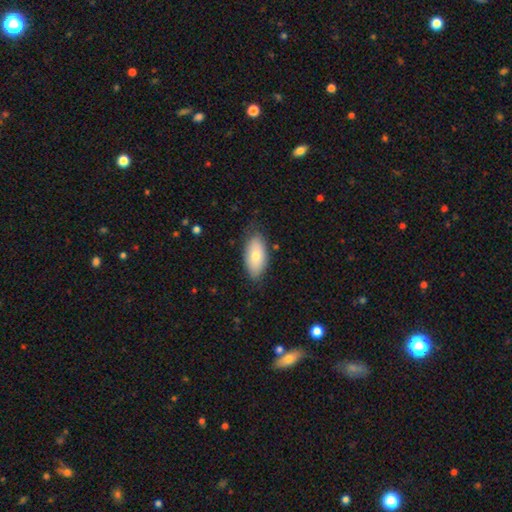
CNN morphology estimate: Overall: smooth (75%). How rounded: in between (92%). Merging: none (79%).